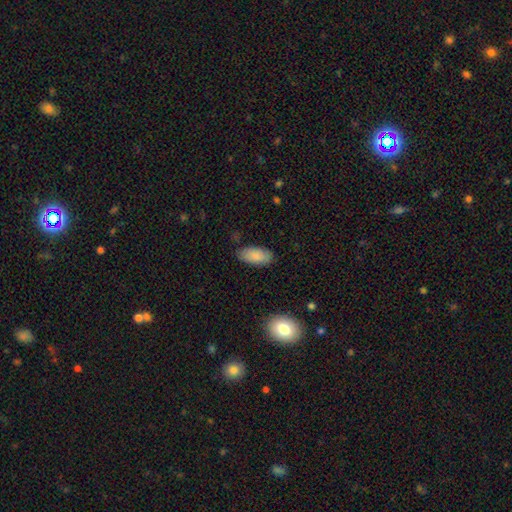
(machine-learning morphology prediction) smooth 87%, featured or disk 7%, star or artifact 6%. Down the decision tree: how rounded — in between (91%); merging — none (83%).